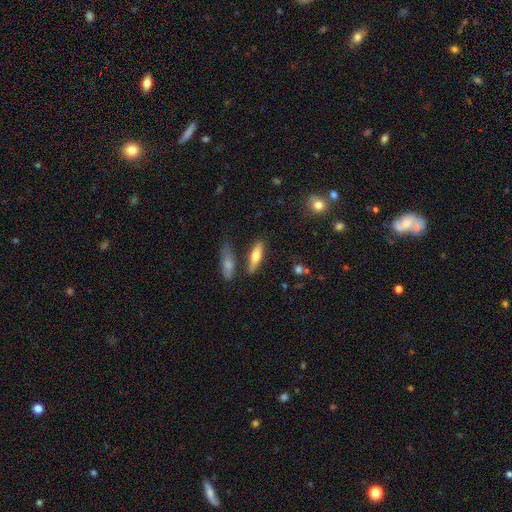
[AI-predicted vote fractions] Q: Smooth or featured?
A: smooth (66%); runner-up: featured or disk (28%)
Q: How rounded?
A: cigar-shaped (56%); runner-up: in between (42%)
Q: Merging?
A: none (72%); runner-up: minor disturbance (14%)